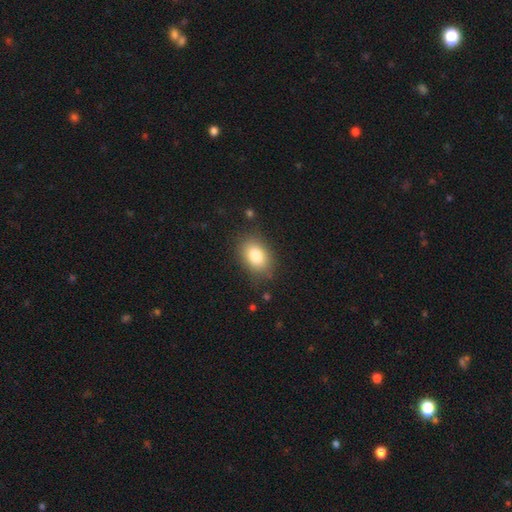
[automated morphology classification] A smooth galaxy with no disk features (82%) that is in between round and cigar-shaped (77%).

Vote fractions:
- Smooth or featured? smooth: 82% / featured or disk: 9% / star or artifact: 9%
- How rounded? in between: 77% / round: 22% / cigar-shaped: 1%
- Merging? none: 83% / minor disturbance: 12% / major disturbance: 4% / merger: 2%